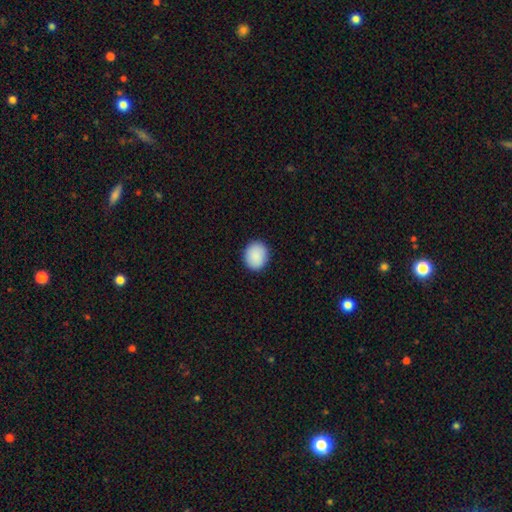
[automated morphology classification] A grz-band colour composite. It shows a smooth galaxy with no disk features (90%) that is round (69%). Merging: none (90%).